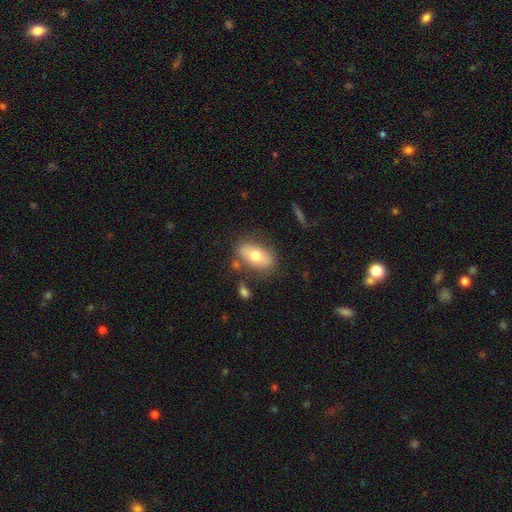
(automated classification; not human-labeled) This appears to be a smooth galaxy with no disk features (68%) that is in between round and cigar-shaped (91%). Merging: none (74%).